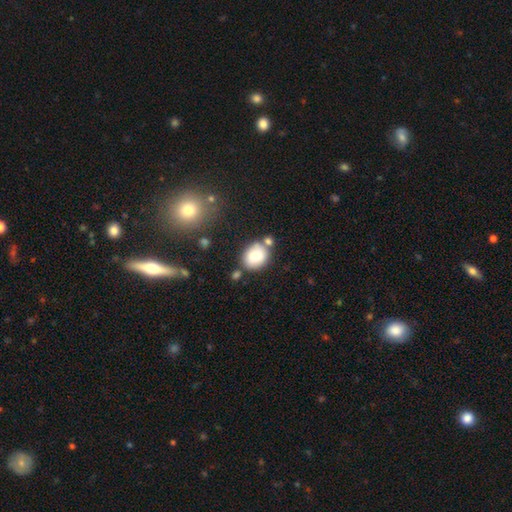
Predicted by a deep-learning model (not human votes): Smooth or featured: smooth — 81% (featured or disk — 11%)
How rounded: in between — 50% (round — 49%)
Merging: none — 63% (merger — 16%)